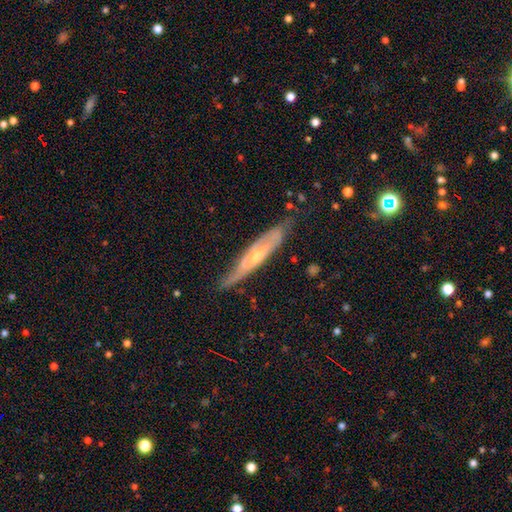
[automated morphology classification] Smooth or featured?
  - featured or disk: 70% *
  - smooth: 22%
  - star or artifact: 7%
Edge-on disk?
  - yes: 66% *
  - no: 34%
Merging?
  - none: 70% *
  - minor disturbance: 23%
  - major disturbance: 5%
  - merger: 2%